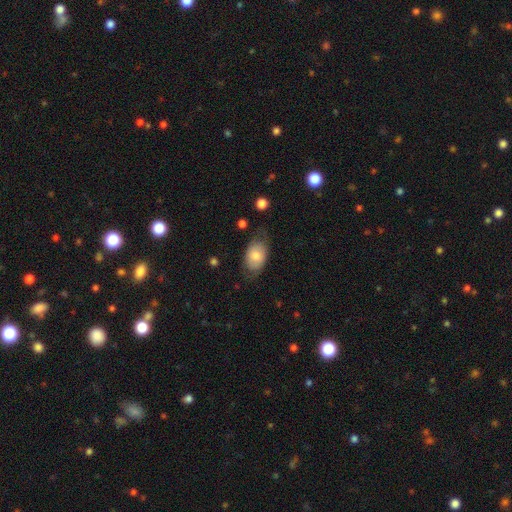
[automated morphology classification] Smooth or featured? smooth (73%)
How rounded? in between (86%)
Merging? none (62%)